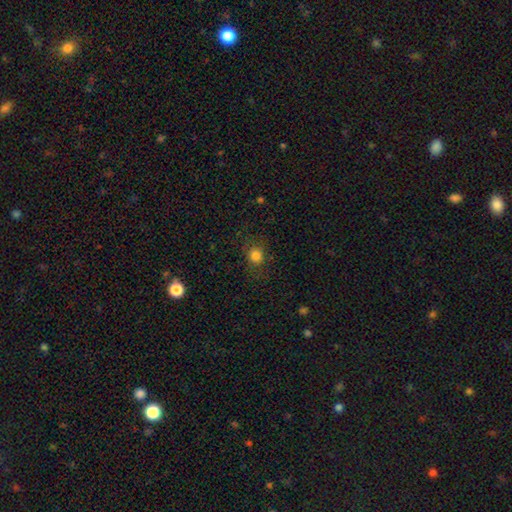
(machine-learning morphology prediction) type=smooth (81%); roundness=round (82%); merging=none (83%).